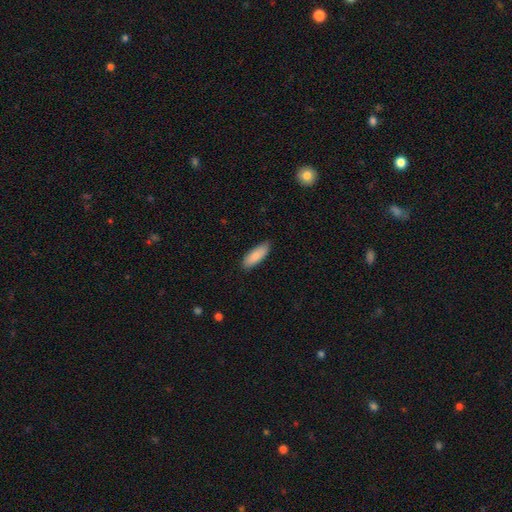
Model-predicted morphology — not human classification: The model was most divided on "how rounded": in between: 65%, cigar-shaped: 34%, round: 2%. More confident: smooth or featured — smooth (86%); merging — none (86%).